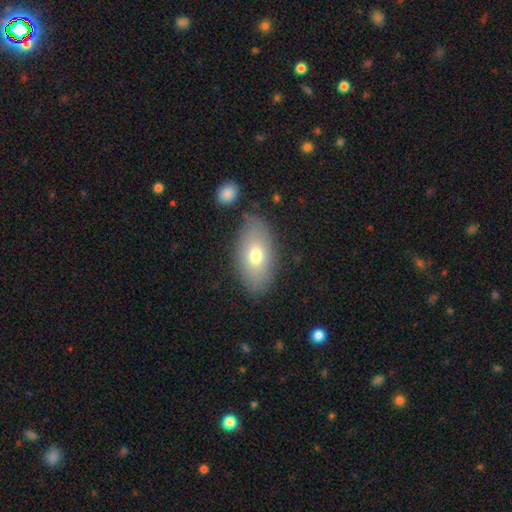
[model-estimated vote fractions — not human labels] The model was most divided on "smooth or featured": smooth: 70%, featured or disk: 22%, star or artifact: 8%. More confident: how rounded — in between (92%); merging — none (80%).